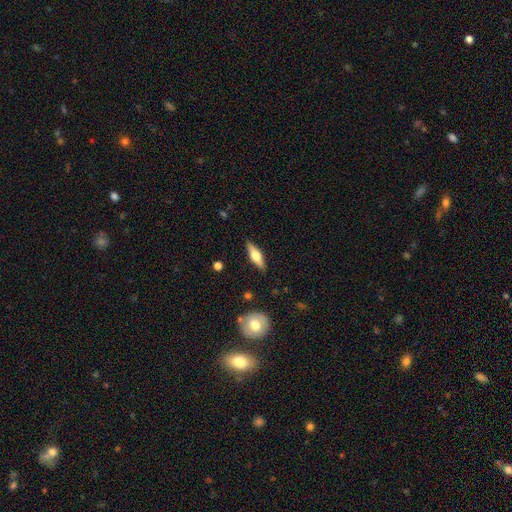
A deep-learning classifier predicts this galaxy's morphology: Smooth or featured? Predicted: featured or disk (p=0.53). Edge-on disk? Predicted: yes (p=0.93). Merging? Predicted: none (p=0.88).